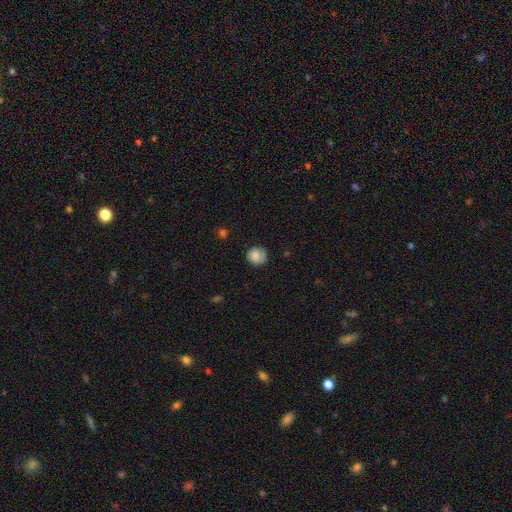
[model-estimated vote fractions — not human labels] Smooth or featured? Predicted: smooth (p=0.76). How rounded? Predicted: round (p=0.82). Merging? Predicted: none (p=0.66).